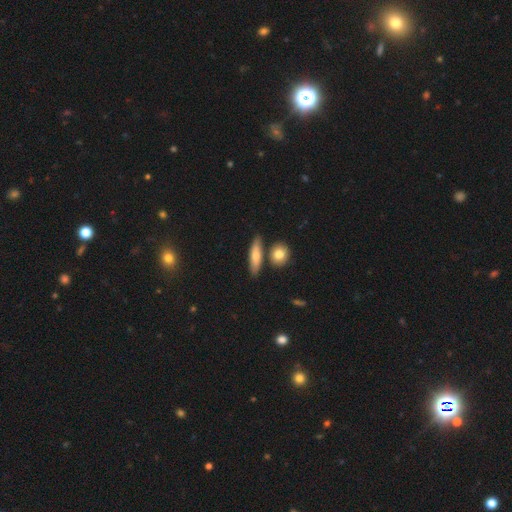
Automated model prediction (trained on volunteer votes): Smooth or featured?
  - smooth: 69% *
  - featured or disk: 25%
  - star or artifact: 6%
How rounded?
  - cigar-shaped: 61% *
  - in between: 34%
  - round: 5%
Merging?
  - none: 76% *
  - minor disturbance: 11%
  - merger: 10%
  - major disturbance: 3%